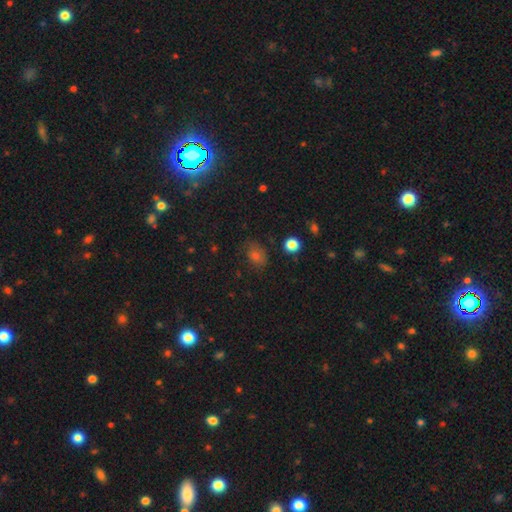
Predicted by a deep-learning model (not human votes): This is likely a smooth galaxy (60%). How rounded: likely in between (62%). Merging: likely none (72%).